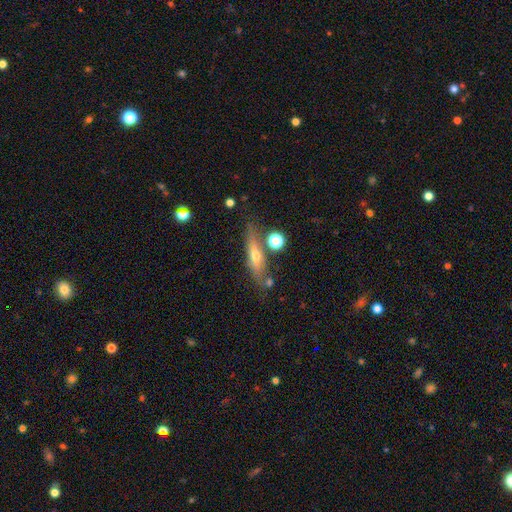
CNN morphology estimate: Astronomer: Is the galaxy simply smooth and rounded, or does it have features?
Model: featured or disk — 54% (runner-up: smooth, 37%).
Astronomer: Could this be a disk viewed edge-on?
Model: yes — 83%.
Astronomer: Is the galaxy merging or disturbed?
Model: none — 68%.